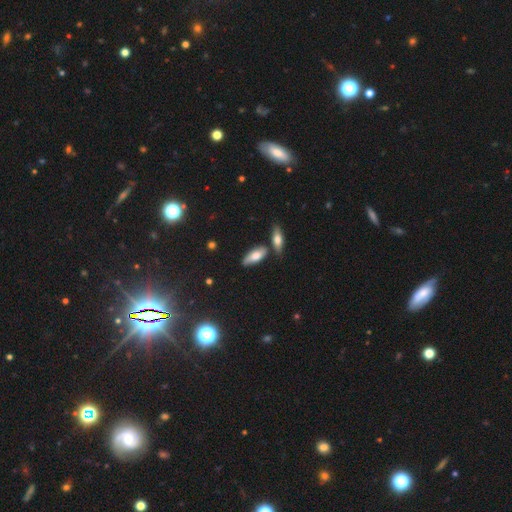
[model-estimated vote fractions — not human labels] smooth_or_featured: smooth (p=0.68) [alt: featured or disk p=0.24]
how_rounded: in between (p=0.78) [alt: cigar-shaped p=0.19]
merging: none (p=0.63) [alt: minor disturbance p=0.18]